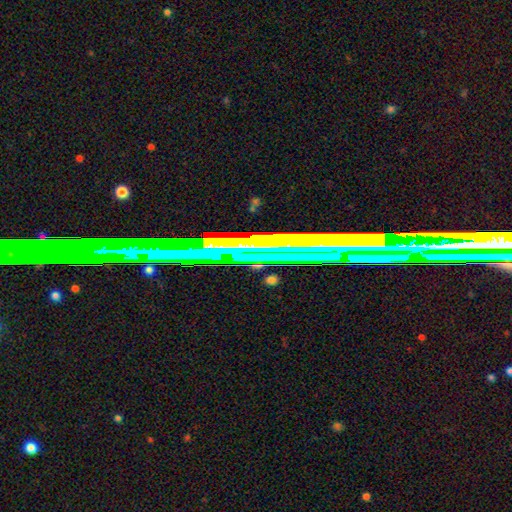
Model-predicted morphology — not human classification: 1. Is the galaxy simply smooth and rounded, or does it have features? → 55% star or artifact, 30% featured or disk, 15% smooth.